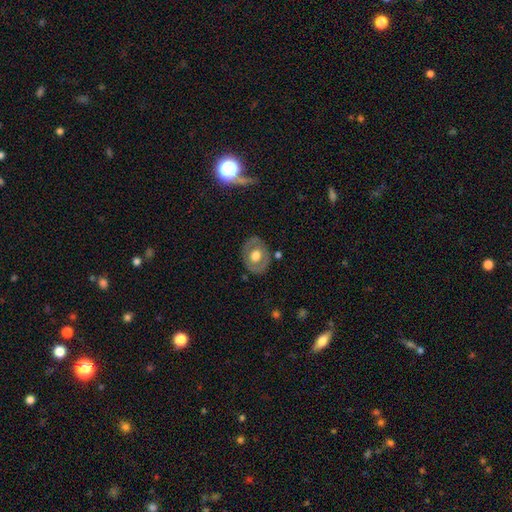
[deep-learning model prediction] Q: Smooth or featured?
A: smooth (48%); runner-up: featured or disk (45%)
Q: Merging?
A: none (79%); runner-up: minor disturbance (14%)